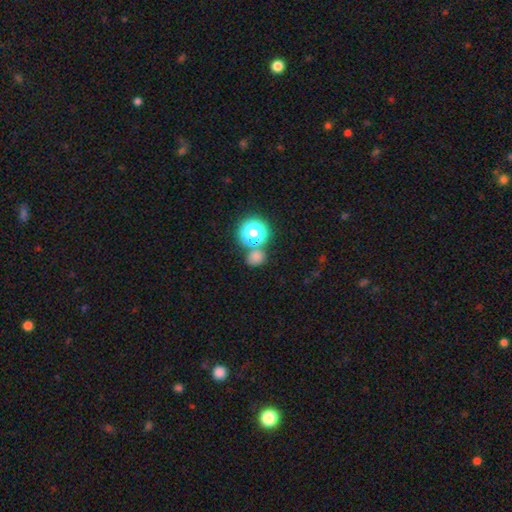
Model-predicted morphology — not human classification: A smooth galaxy with no disk features (66%) that is round (75%). Merging: none (68%).